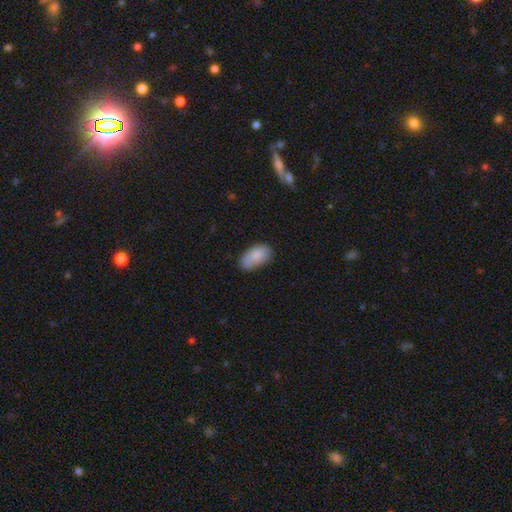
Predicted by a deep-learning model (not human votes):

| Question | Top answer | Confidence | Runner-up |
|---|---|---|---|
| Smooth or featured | smooth | 82% | featured or disk (11%) |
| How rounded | in between | 94% | round (4%) |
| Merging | none | 70% | minor disturbance (24%) |